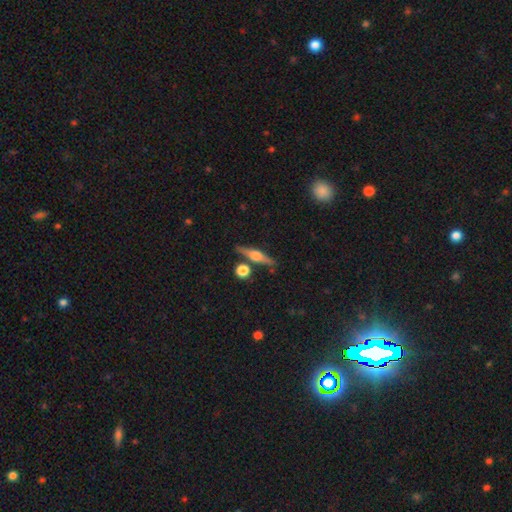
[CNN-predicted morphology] featured or disk 72%, smooth 21%, star or artifact 7%. Down the decision tree: edge-on disk — yes (97%); edge-on bulge — rounded (92%); merging — none (82%).